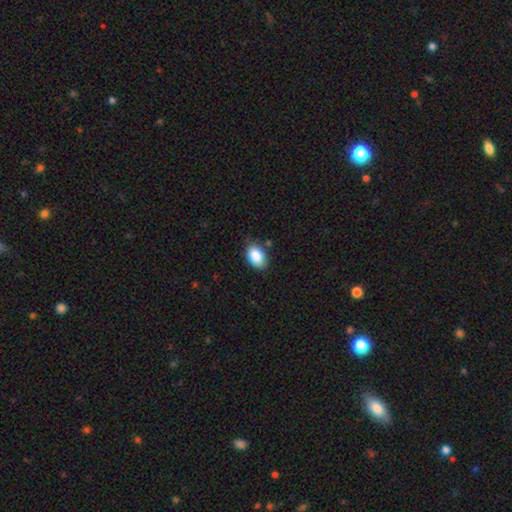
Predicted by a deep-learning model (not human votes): This appears to be a smooth galaxy with no disk features (86%) that is in between round and cigar-shaped (89%). Merging: none (81%).